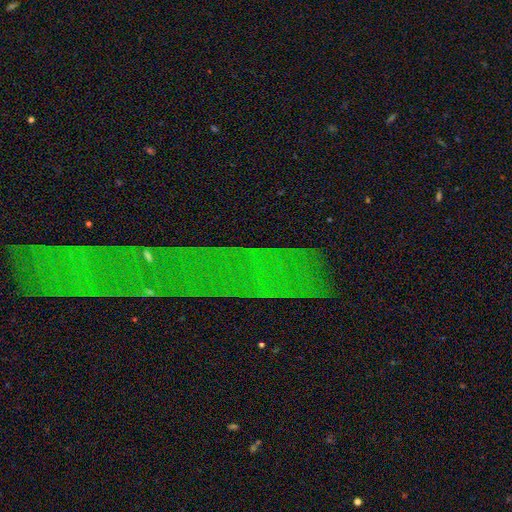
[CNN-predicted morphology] This is likely a star or artifact rather than a galaxy (71%).